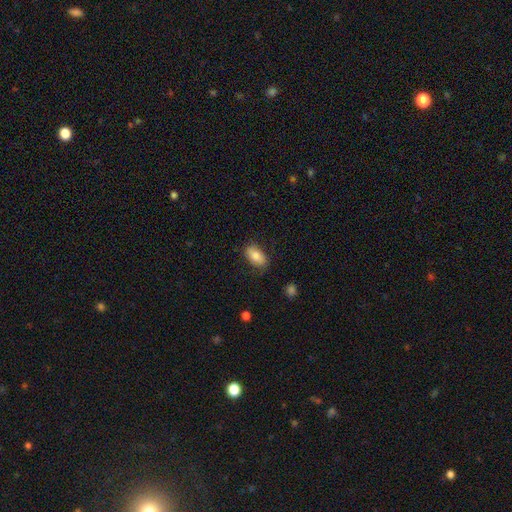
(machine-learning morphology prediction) This appears to be a smooth galaxy with no disk features (80%) that is in between round and cigar-shaped (91%). Merging: none (78%).